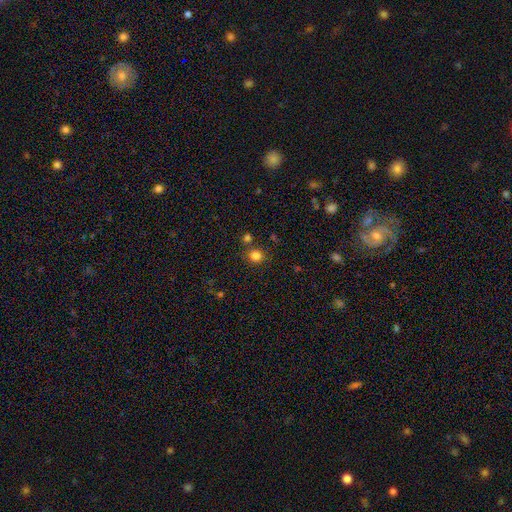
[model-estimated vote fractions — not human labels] smooth_or_featured: smooth (p=0.81) [alt: star or artifact p=0.14]
how_rounded: round (p=0.85) [alt: in between p=0.14]
merging: none (p=0.80) [alt: minor disturbance p=0.09]